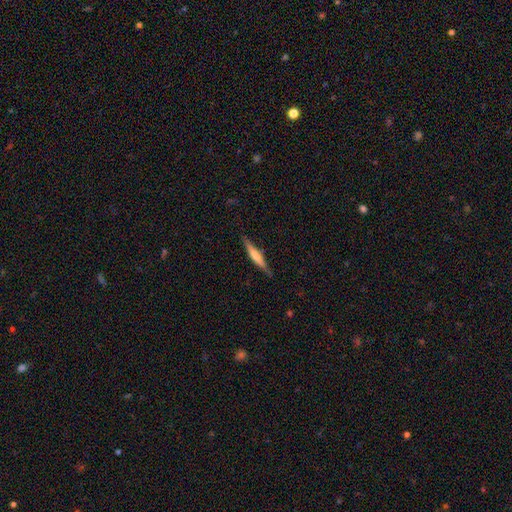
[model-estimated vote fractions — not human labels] Q: Smooth or featured?
A: featured or disk (47%); tied with: smooth (47%)
Q: Merging?
A: none (84%); runner-up: minor disturbance (12%)